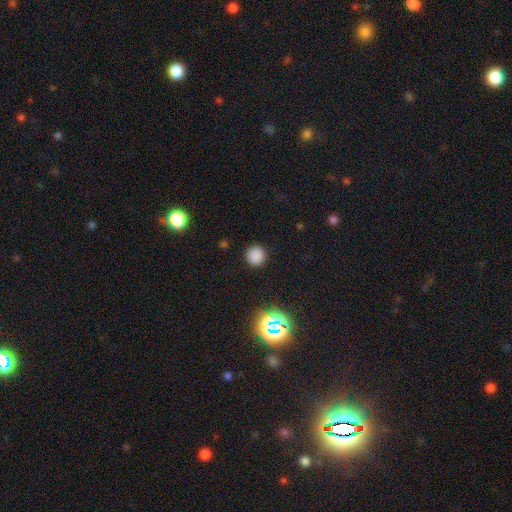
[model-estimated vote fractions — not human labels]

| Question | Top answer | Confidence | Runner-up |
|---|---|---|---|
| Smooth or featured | smooth | 80% | star or artifact (16%) |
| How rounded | round | 93% | in between (6%) |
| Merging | none | 90% | minor disturbance (6%) |